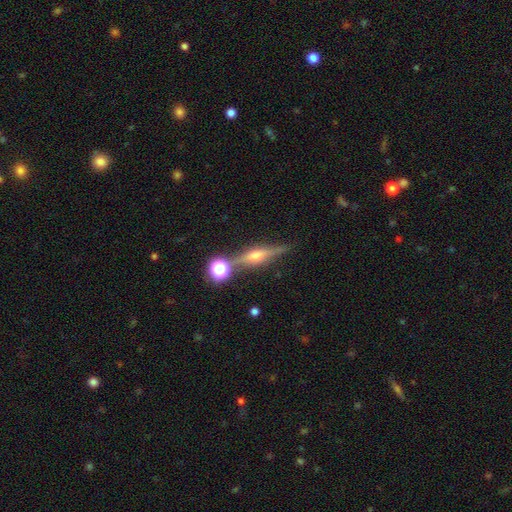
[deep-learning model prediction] This appears to be a featured or disk galaxy (78%) viewed edge-on (97%) with a rounded central bulge (90%). Merging: none (81%).